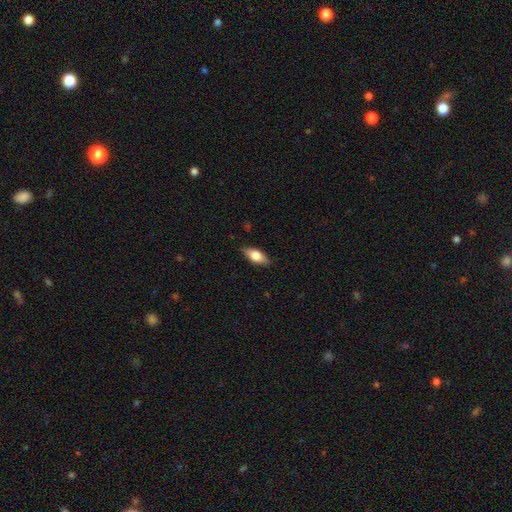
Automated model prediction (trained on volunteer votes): Smooth or featured?
  - smooth: 71% *
  - featured or disk: 23%
  - star or artifact: 7%
How rounded?
  - in between: 83% *
  - cigar-shaped: 13%
  - round: 3%
Merging?
  - none: 86% *
  - minor disturbance: 11%
  - major disturbance: 2%
  - merger: 1%